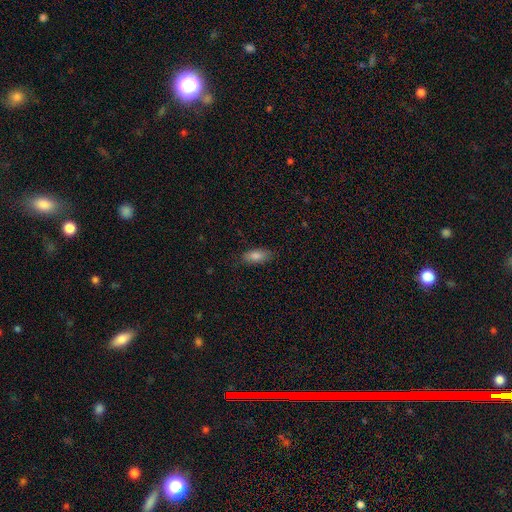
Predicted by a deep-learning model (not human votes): smooth 82%, featured or disk 11%, star or artifact 7%. Down the decision tree: how rounded — in between (84%); merging — none (82%).